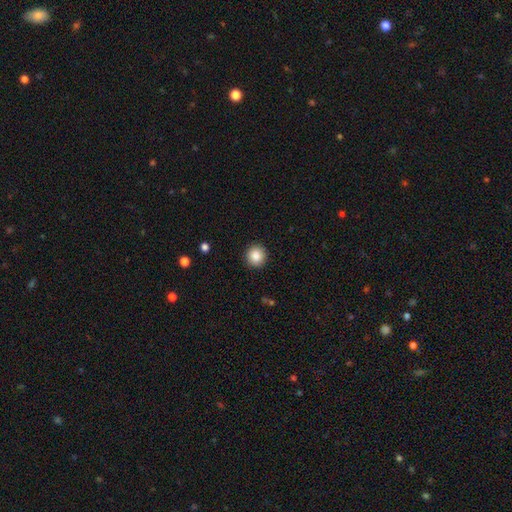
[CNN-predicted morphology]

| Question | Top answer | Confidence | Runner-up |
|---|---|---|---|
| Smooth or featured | smooth | 86% | star or artifact (9%) |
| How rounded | round | 93% | in between (6%) |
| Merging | none | 92% | minor disturbance (5%) |